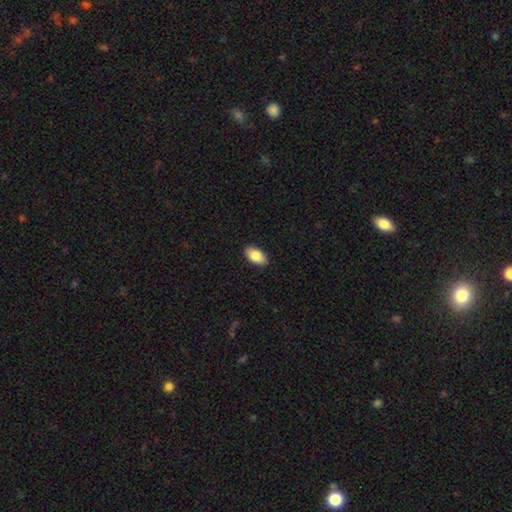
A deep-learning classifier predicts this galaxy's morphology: The model was most divided on "smooth or featured": smooth: 83%, featured or disk: 11%, star or artifact: 7%. More confident: how rounded — in between (93%); merging — none (90%).